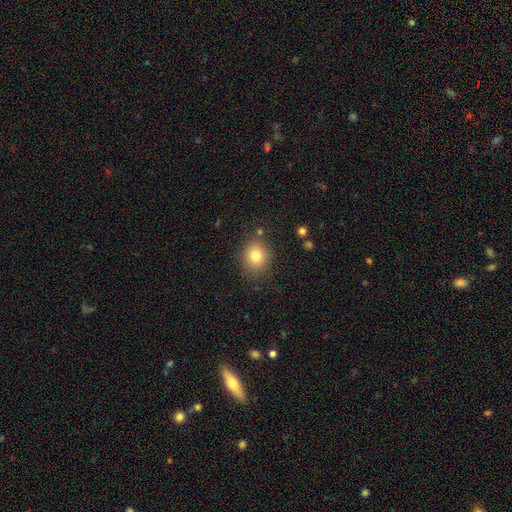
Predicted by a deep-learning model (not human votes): Overall: smooth (80%). How rounded: round (68%; in between 31%). Merging: none (81%).